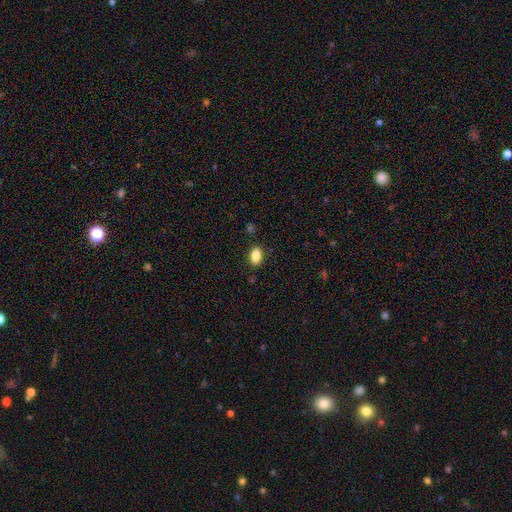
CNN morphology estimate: A smooth galaxy with no disk features (85%) that is in between round and cigar-shaped (88%). Merging: none (88%).